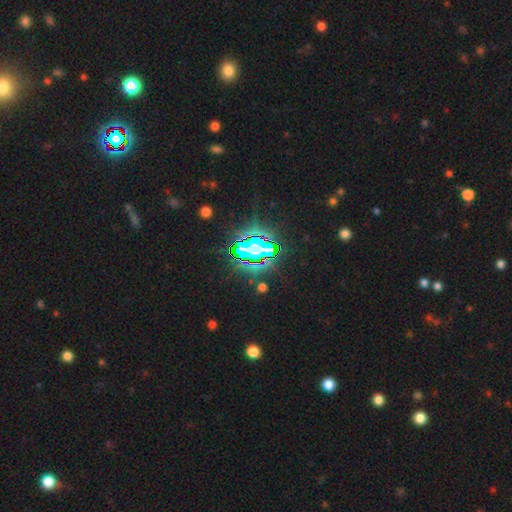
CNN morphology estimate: type=star or artifact (76%).